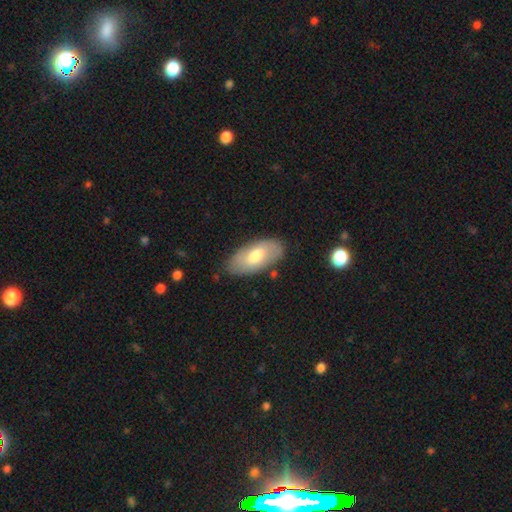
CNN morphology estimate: Q: Smooth or featured?
A: smooth (64%); runner-up: featured or disk (30%)
Q: How rounded?
A: in between (93%); runner-up: cigar-shaped (4%)
Q: Merging?
A: none (79%); runner-up: minor disturbance (15%)